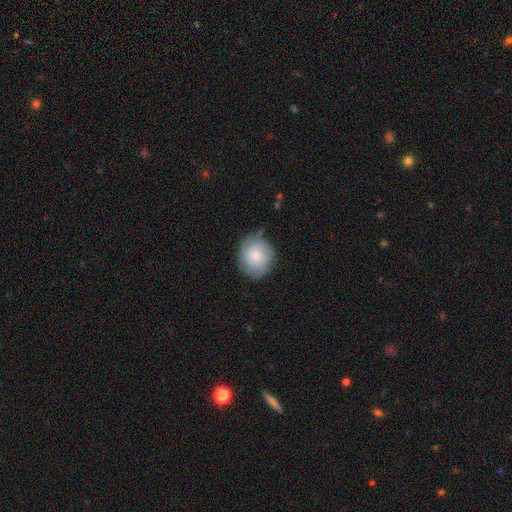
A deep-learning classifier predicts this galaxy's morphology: Smooth or featured?
  - smooth: 69% *
  - featured or disk: 25%
  - star or artifact: 7%
How rounded?
  - round: 81% *
  - in between: 18%
  - cigar-shaped: 1%
Merging?
  - none: 64% *
  - minor disturbance: 27%
  - major disturbance: 7%
  - merger: 2%